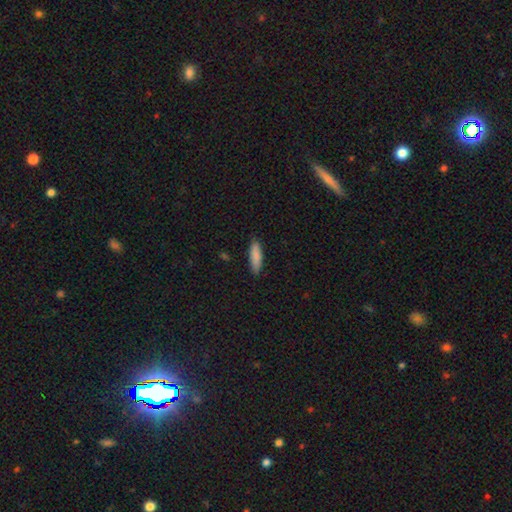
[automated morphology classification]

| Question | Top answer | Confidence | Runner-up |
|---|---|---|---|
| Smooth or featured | smooth | 86% | featured or disk (8%) |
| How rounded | cigar-shaped | 57% | in between (42%) |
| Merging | none | 86% | minor disturbance (11%) |